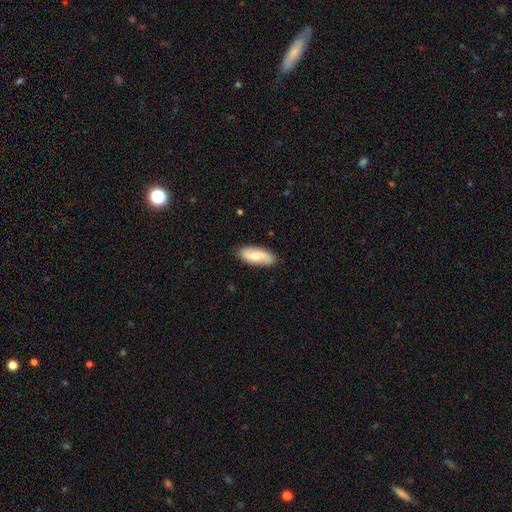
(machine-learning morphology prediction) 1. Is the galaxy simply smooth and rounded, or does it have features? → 47% featured or disk (tied), 47% smooth (tied), 6% star or artifact.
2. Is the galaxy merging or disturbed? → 85% none, 12% minor disturbance, 2% major disturbance, 1% merger.